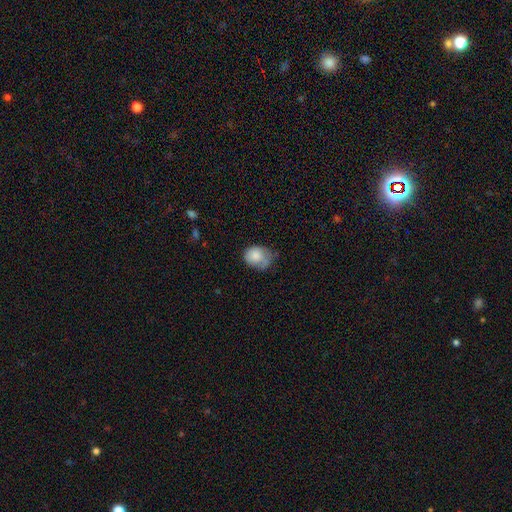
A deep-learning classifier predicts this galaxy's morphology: Overall: smooth (75%). How rounded: in between (50%; round 49%). Merging: minor disturbance (40%; none 35%).